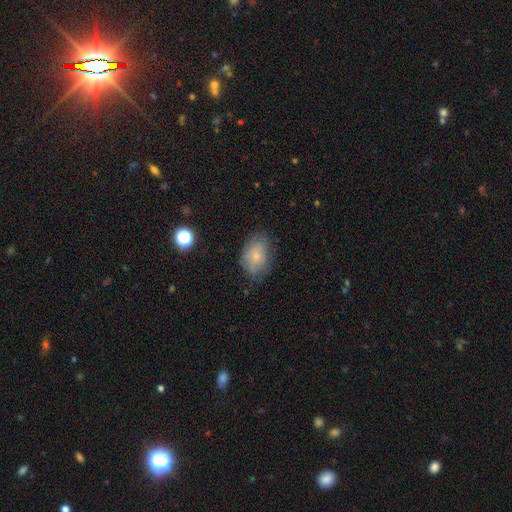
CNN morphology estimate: type=smooth (65%); roundness=in between (84%); merging=none (68%).